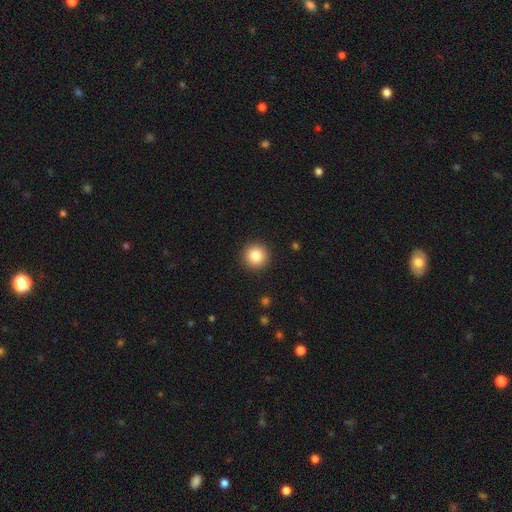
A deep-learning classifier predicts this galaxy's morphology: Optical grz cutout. It shows a smooth galaxy with no disk features (84%) that is round (96%). Merging: none (92%).